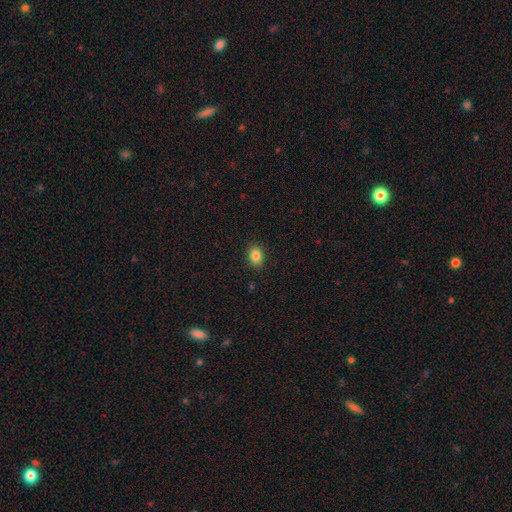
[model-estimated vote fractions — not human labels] This appears to be a smooth galaxy with no disk features (84%) that is in between round and cigar-shaped (68%). Merging: none (89%).